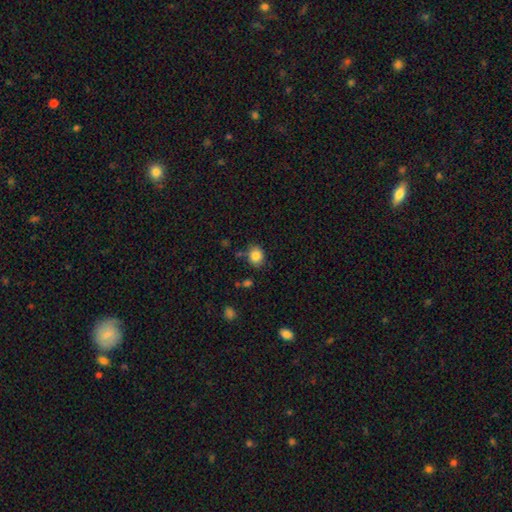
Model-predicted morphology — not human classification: This is clearly a smooth galaxy (84%). How rounded: likely round (64%). Merging: likely none (77%).